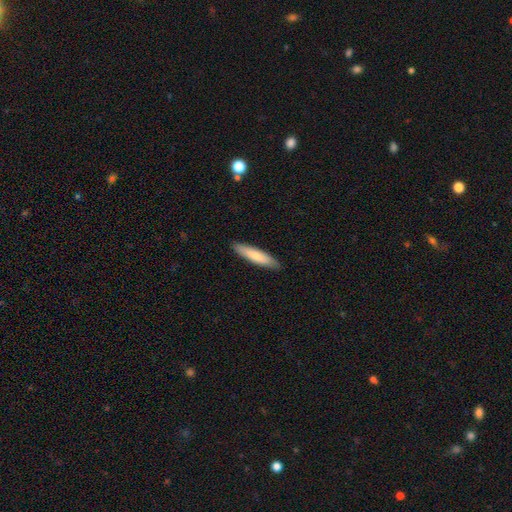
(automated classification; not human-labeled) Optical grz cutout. It shows a smooth galaxy with no disk features (76%) that is cigar-shaped (81%). Merging: none (89%).